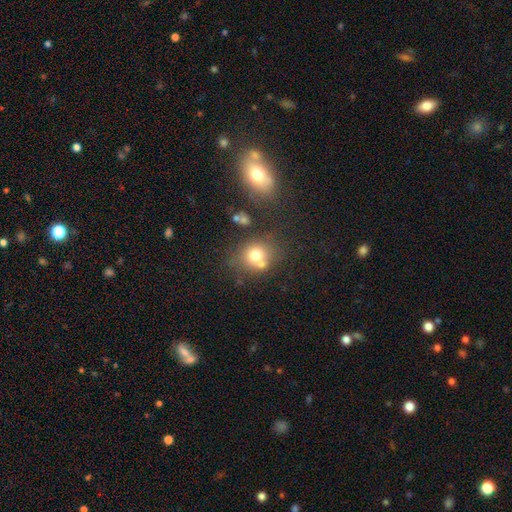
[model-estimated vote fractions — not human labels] smooth_or_featured: smooth (p=0.71) [alt: featured or disk p=0.16]
how_rounded: round (p=0.77) [alt: in between p=0.22]
merging: none (p=0.54) [alt: merger p=0.27]